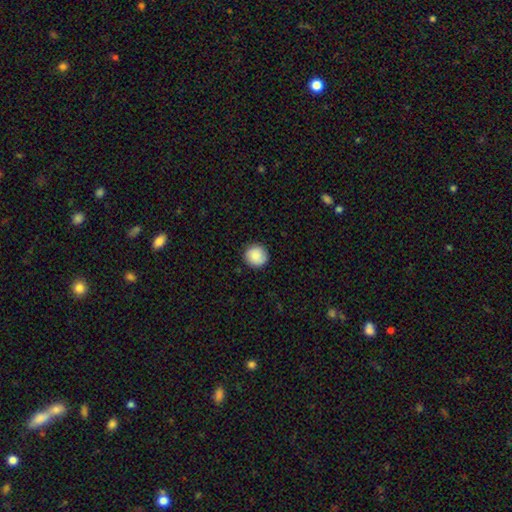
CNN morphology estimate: Smooth or featured? smooth (87%)
How rounded? round (95%)
Merging? none (91%)